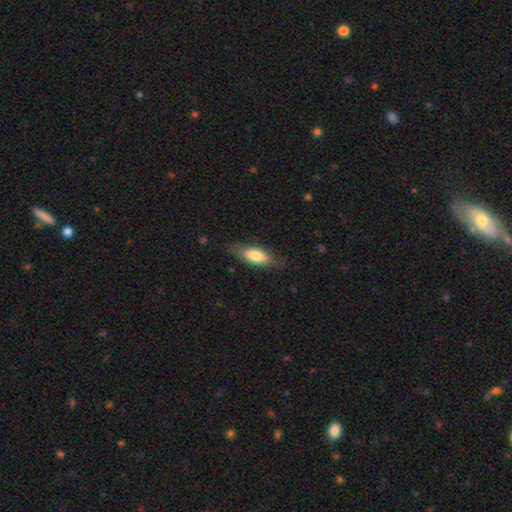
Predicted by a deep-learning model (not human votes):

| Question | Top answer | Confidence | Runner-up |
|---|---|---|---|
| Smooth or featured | smooth | 71% | featured or disk (23%) |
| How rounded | in between | 78% | cigar-shaped (19%) |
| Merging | none | 76% | minor disturbance (18%) |